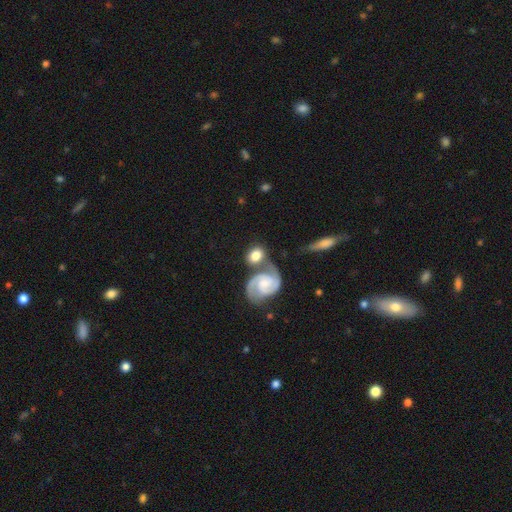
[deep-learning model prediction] This appears to be a featured or disk galaxy (49%). Merging: none (43%).